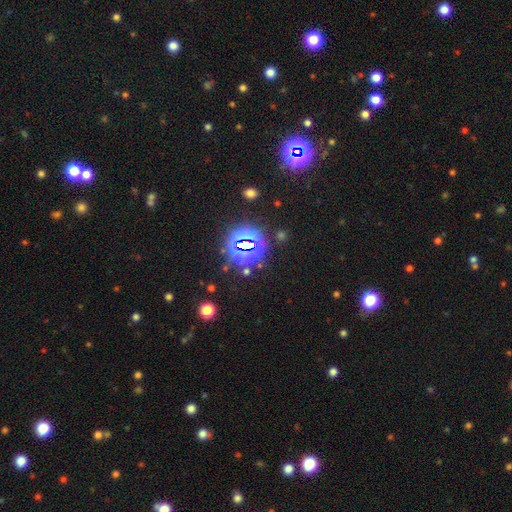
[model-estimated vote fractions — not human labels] The model was most divided on "smooth or featured": star or artifact: 81%, smooth: 11%, featured or disk: 7%.